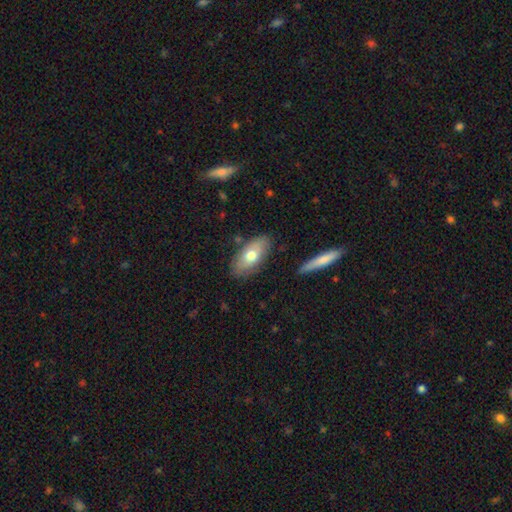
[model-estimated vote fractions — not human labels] Smooth or featured? Predicted: smooth (p=0.66). How rounded? Predicted: in between (p=0.88). Merging? Predicted: none (p=0.80).